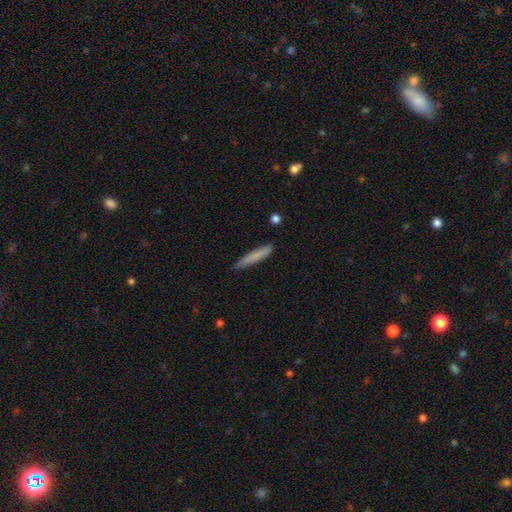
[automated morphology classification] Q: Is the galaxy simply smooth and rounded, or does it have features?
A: smooth — 78%.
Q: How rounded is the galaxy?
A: cigar-shaped — 94%.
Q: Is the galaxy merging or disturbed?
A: none — 85%.